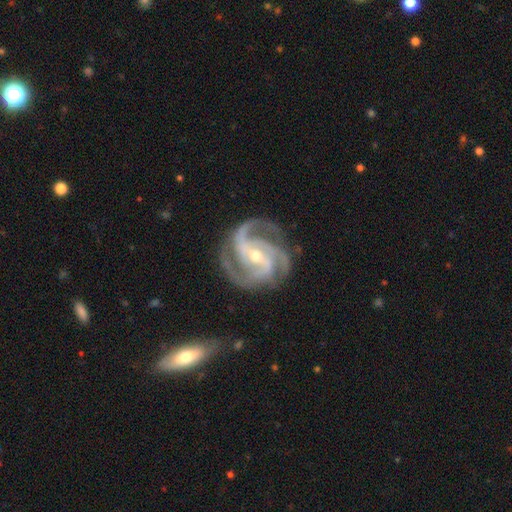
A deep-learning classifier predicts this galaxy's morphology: type=featured or disk (93%); edge-on=no (98%); bar=weak (36%); spiral arms=yes (99%); winding=medium (52%); arm count=3 (65%); bulge=small (51%); merging=none (75%).